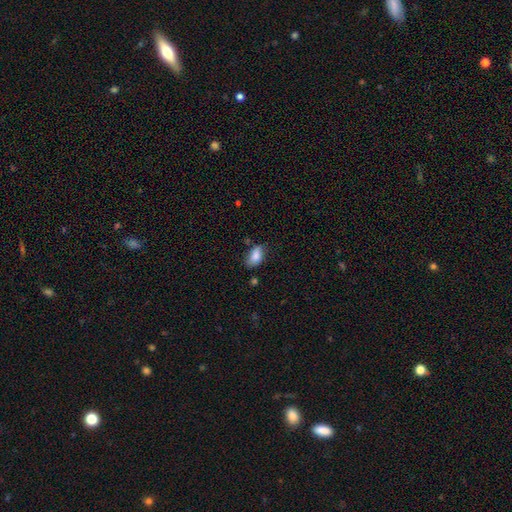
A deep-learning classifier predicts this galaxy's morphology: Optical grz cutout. It shows a smooth galaxy with no disk features (82%) that is in between round and cigar-shaped (91%). Merging: none (68%).